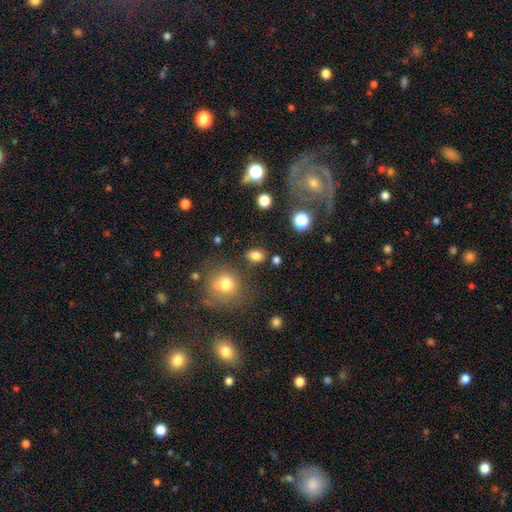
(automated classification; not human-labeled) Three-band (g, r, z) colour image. It shows a smooth galaxy with no disk features (79%) that is in between round and cigar-shaped (73%). Merging: none (77%).